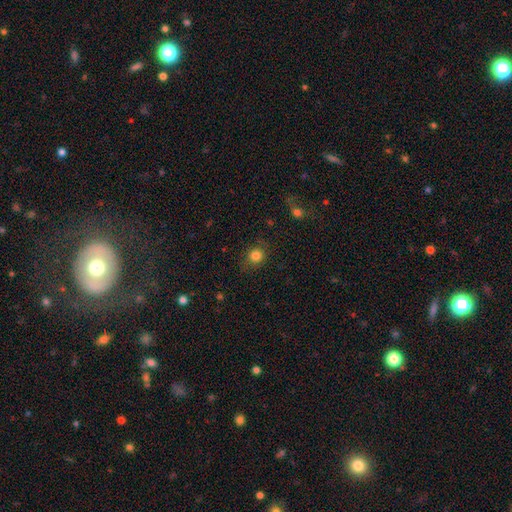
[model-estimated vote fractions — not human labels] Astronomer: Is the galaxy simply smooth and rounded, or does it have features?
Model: smooth — 82%.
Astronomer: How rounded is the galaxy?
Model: round — 81%.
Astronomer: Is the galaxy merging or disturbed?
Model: none — 82%.